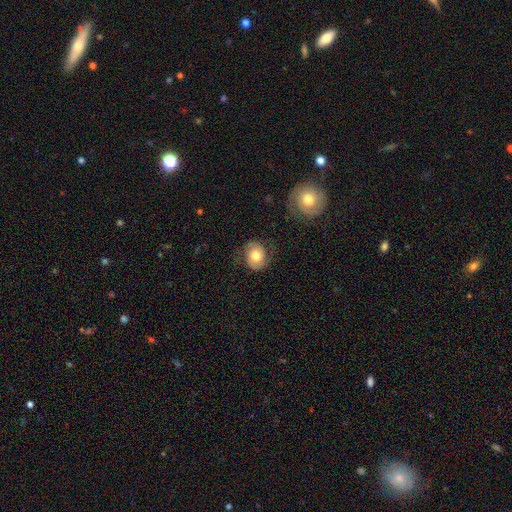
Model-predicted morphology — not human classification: Q: Smooth or featured?
A: smooth (53%); runner-up: featured or disk (38%)
Q: How rounded?
A: round (65%); runner-up: in between (34%)
Q: Merging?
A: none (71%); runner-up: minor disturbance (18%)